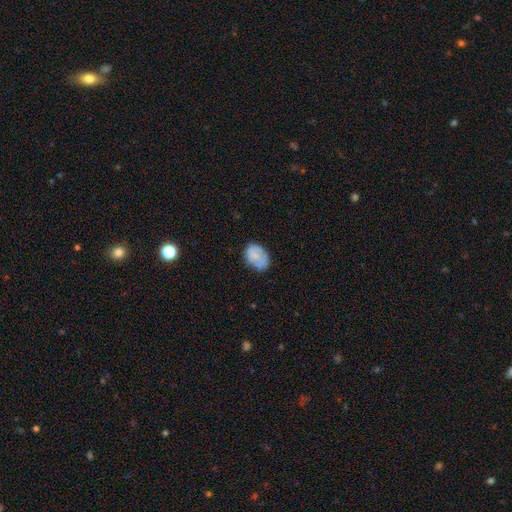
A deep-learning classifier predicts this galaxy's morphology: Q: Smooth or featured?
A: smooth (69%); runner-up: featured or disk (23%)
Q: How rounded?
A: in between (76%); runner-up: round (23%)
Q: Merging?
A: none (61%); runner-up: minor disturbance (28%)